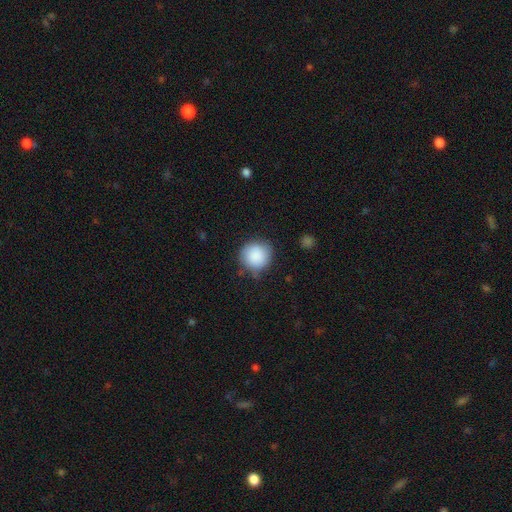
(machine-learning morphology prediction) Overall: smooth (87%). How rounded: round (90%). Merging: none (73%).